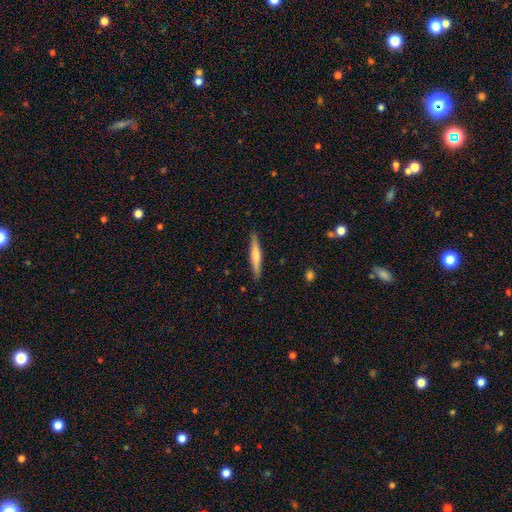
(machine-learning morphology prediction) smooth_or_featured: smooth (p=0.58) [alt: featured or disk p=0.37]
how_rounded: cigar-shaped (p=0.92) [alt: in between p=0.07]
merging: none (p=0.89) [alt: minor disturbance p=0.09]